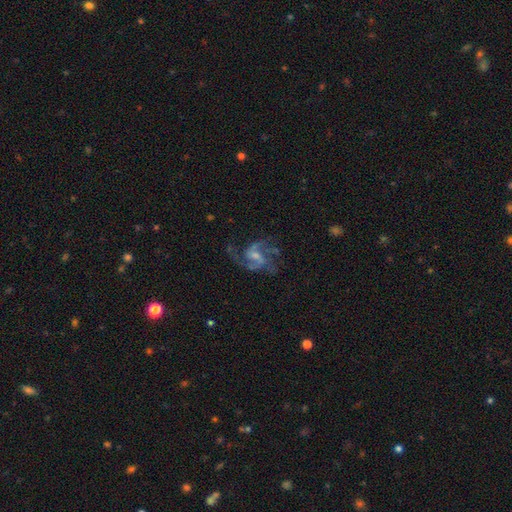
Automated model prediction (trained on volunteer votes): Smooth or featured?
  - featured or disk: 88% *
  - star or artifact: 6%
  - smooth: 6%
Edge-on disk?
  - no: 98% *
  - yes: 2%
Bar?
  - weak: 54% *
  - no: 30%
  - strong: 16%
Spiral arms?
  - yes: 96% *
  - no: 4%
Spiral winding?
  - medium: 54% *
  - loose: 34%
  - tight: 13%
Spiral arm count?
  - 2: 54% *
  - 3: 24%
  - can't tell: 9%
  - 4: 5%
  - 1: 5%
  - more than 4: 4%
Bulge size?
  - small: 44% *
  - moderate: 36%
  - none: 15%
  - large: 4%
  - dominant: 1%
Merging?
  - none: 56% *
  - major disturbance: 25%
  - minor disturbance: 17%
  - merger: 3%